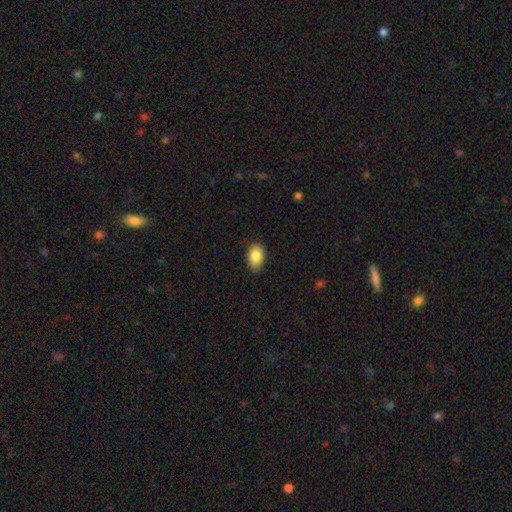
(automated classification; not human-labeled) Smooth or featured? Predicted: smooth (p=0.85). How rounded? Predicted: in between (p=0.87). Merging? Predicted: none (p=0.82).